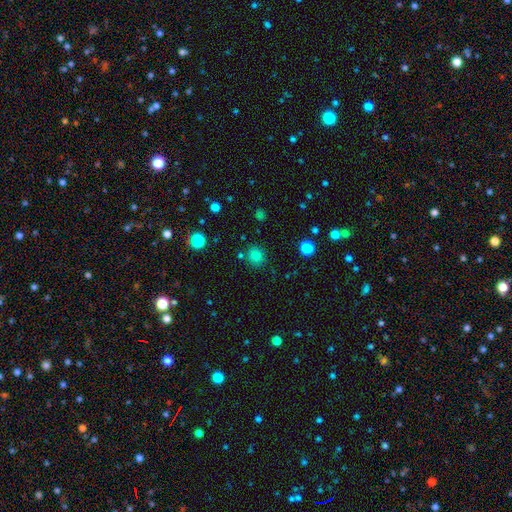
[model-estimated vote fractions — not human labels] Q: Smooth or featured?
A: smooth (80%); runner-up: star or artifact (14%)
Q: How rounded?
A: round (84%); runner-up: in between (15%)
Q: Merging?
A: none (83%); runner-up: minor disturbance (9%)